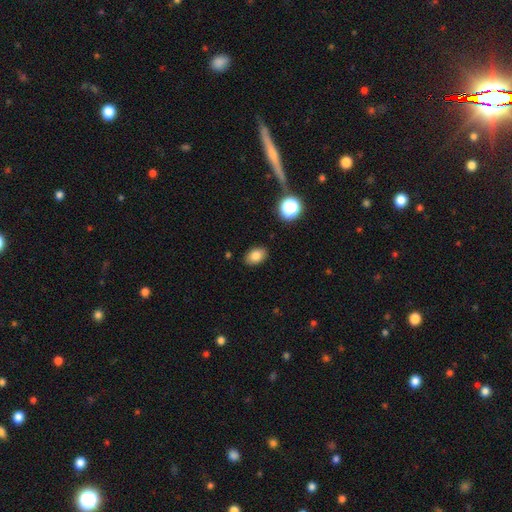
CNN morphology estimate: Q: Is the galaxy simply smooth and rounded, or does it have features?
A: smooth — 82%.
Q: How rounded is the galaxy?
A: in between — 84%.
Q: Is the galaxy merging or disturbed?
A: none — 87%.